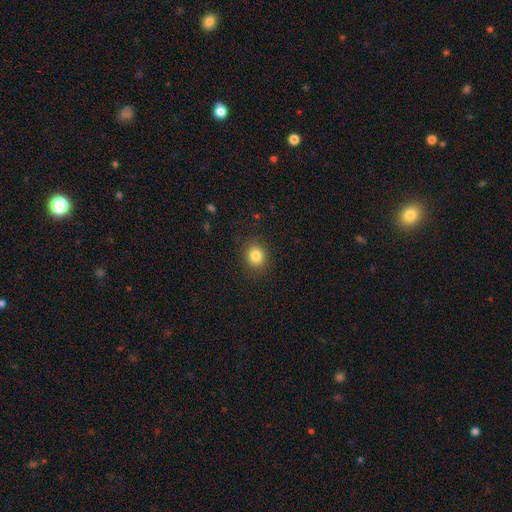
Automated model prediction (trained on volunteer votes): This is clearly a smooth galaxy (84%). How rounded: likely round (75%). Merging: clearly none (88%).